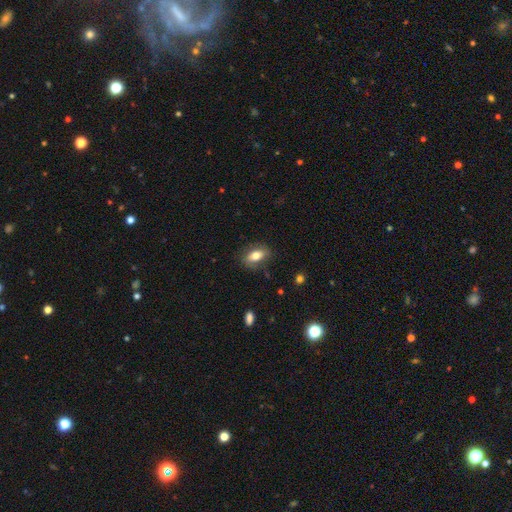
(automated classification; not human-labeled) Smooth or featured? smooth (74%)
How rounded? in between (86%)
Merging? none (80%)